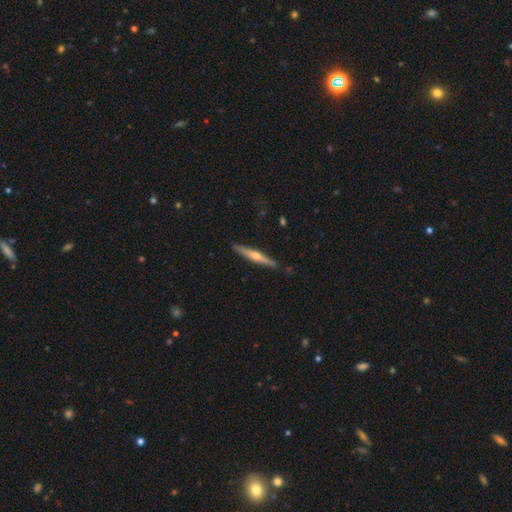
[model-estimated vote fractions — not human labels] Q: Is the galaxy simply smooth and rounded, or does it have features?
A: featured or disk — 66%.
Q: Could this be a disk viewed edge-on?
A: yes — 97%.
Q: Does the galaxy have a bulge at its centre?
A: rounded — 86%.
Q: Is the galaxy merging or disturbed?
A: none — 89%.